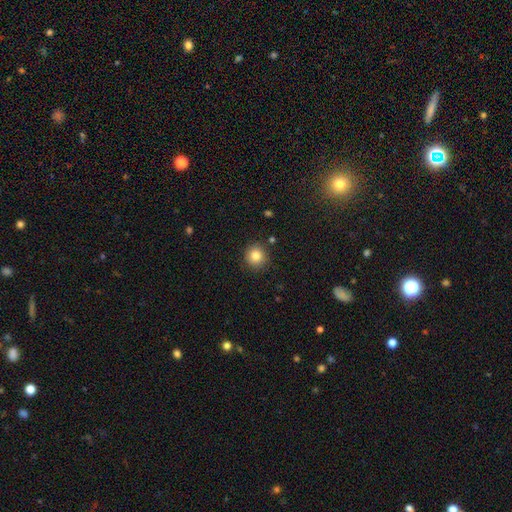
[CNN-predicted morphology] Overall: smooth (83%). How rounded: round (92%). Merging: none (88%).